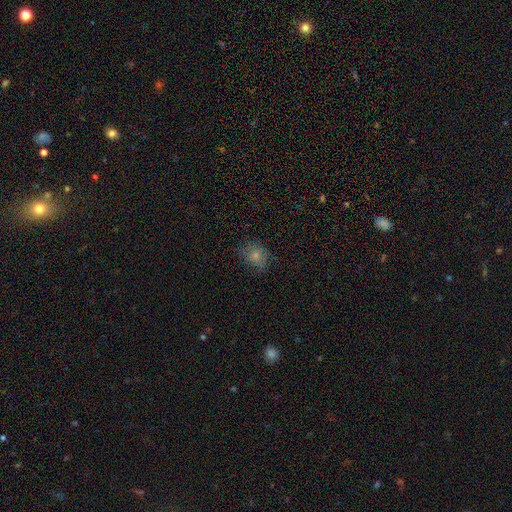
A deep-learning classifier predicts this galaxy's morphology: smooth_or_featured: smooth (p=0.71) [alt: featured or disk p=0.16]
how_rounded: round (p=0.60) [alt: in between p=0.39]
merging: none (p=0.67) [alt: minor disturbance p=0.23]